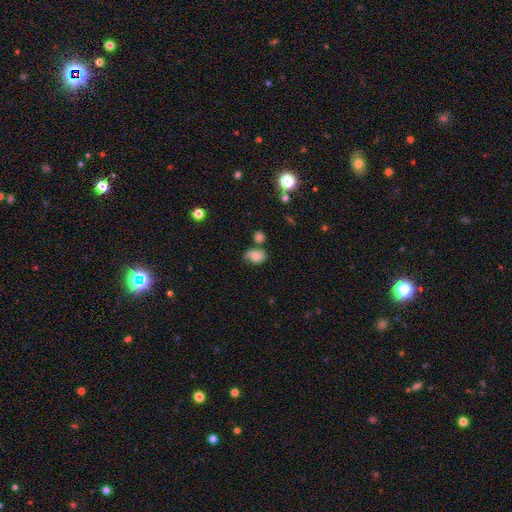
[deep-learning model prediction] This appears to be a smooth galaxy with no disk features (59%) that is in between round and cigar-shaped (70%). Merging: none (44%).